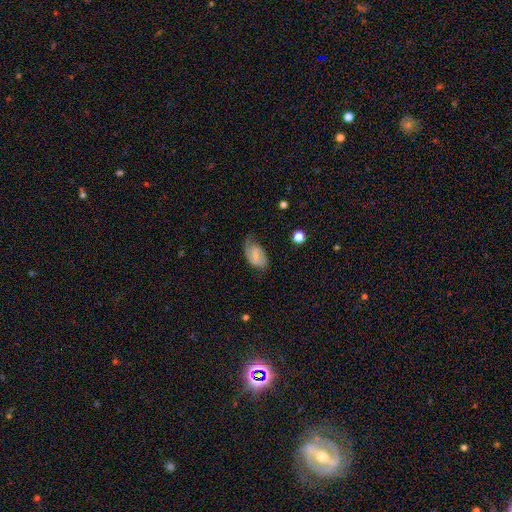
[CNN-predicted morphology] This appears to be a featured or disk galaxy (60%) with a weak bar (46%), 2 (51%) medium (42%) spiral arms (88%) and a small central bulge (58%). Merging: none (48%).